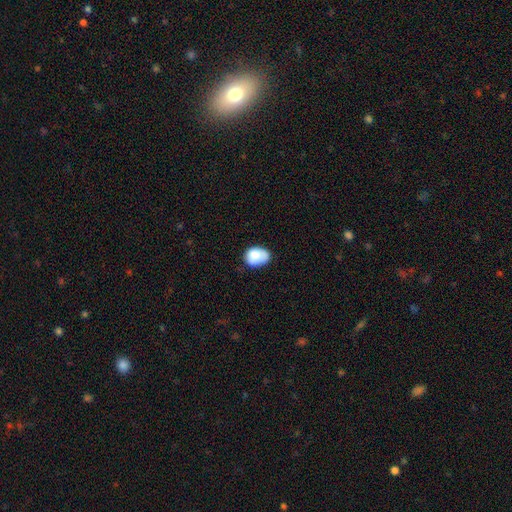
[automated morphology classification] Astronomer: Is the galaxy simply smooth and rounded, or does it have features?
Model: smooth — 83%.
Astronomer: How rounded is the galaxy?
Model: in between — 68%.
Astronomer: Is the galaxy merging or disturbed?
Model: none — 60%.